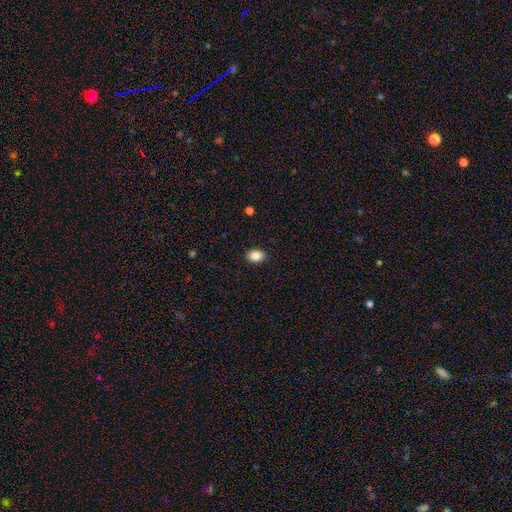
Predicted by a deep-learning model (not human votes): Smooth or featured? smooth (87%)
How rounded? in between (82%)
Merging? none (90%)